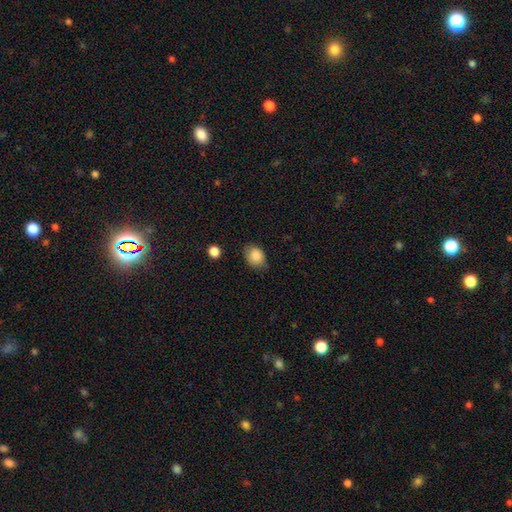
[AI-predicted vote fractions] A smooth galaxy with no disk features (85%) that is in between round and cigar-shaped (69%). Merging: none (68%).